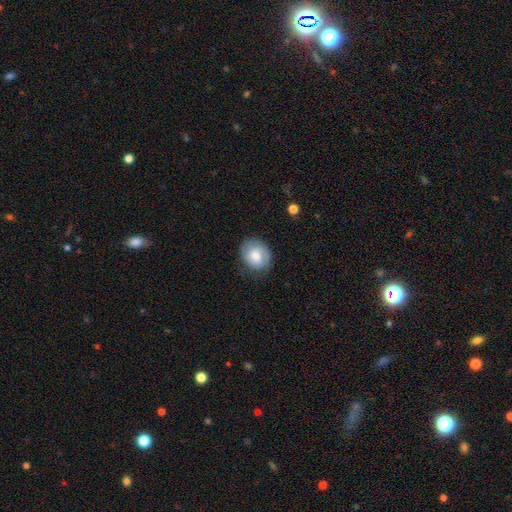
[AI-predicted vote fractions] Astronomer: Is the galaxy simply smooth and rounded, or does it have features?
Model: smooth — 63%.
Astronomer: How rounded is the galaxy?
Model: round — 64%.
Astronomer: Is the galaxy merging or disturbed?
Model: none — 74%.